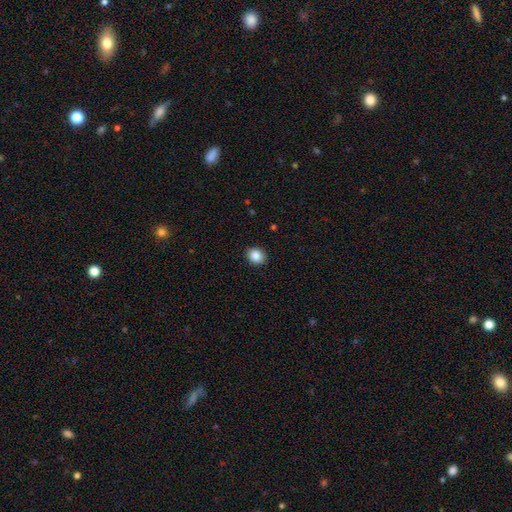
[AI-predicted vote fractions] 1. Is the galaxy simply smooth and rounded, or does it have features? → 88% smooth, 9% star or artifact, 4% featured or disk.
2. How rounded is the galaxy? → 63% round, 36% in between, 1% cigar-shaped.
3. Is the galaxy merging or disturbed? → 90% none, 7% minor disturbance, 2% major disturbance, 1% merger.